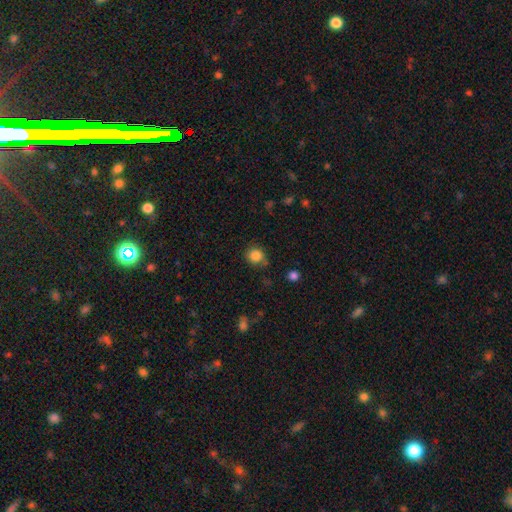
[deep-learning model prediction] smooth 85%, star or artifact 11%, featured or disk 4%. Down the decision tree: how rounded — round (84%); merging — none (72%).